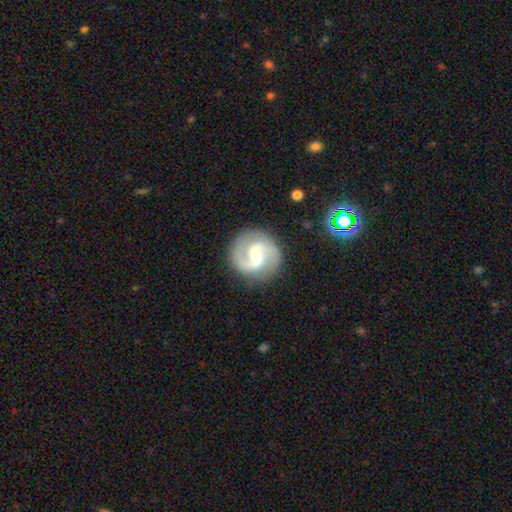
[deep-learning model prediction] Morphology: type=featured or disk (88%); edge-on=no (98%); bar=weak (56%); spiral arms=yes (97%); winding=medium (58%); arm count=2 (92%); bulge=small (50%); merging=none (84%).